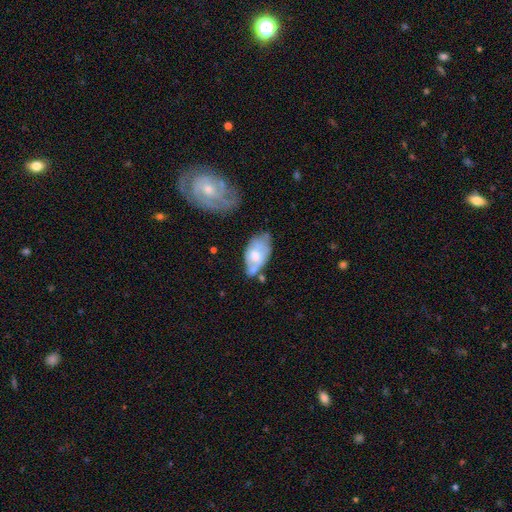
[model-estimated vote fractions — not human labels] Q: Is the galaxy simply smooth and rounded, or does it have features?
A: smooth — 51%.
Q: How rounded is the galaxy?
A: in between — 93%.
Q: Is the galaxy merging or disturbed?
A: none — 36%.